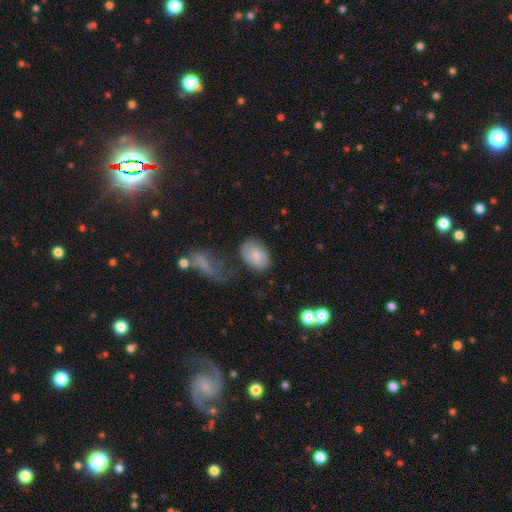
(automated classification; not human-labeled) Smooth or featured? Predicted: smooth (p=0.75). How rounded? Predicted: in between (p=0.85). Merging? Predicted: none (p=0.68).